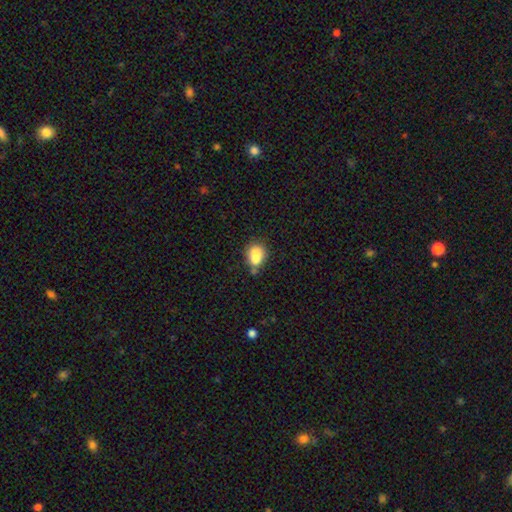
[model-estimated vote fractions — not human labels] A smooth galaxy with no disk features (81%) that is in between round and cigar-shaped (71%). Merging: none (52%).